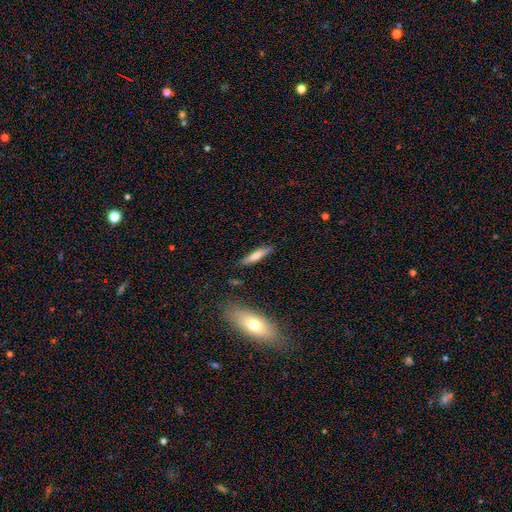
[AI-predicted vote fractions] The model was most divided on "smooth or featured": smooth: 68%, featured or disk: 26%, star or artifact: 6%. More confident: merging — none (84%); how rounded — cigar-shaped (80%).